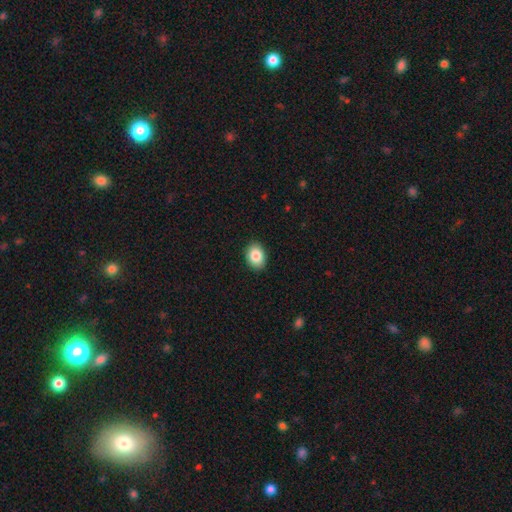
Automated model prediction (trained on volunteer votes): A smooth galaxy with no disk features (87%) that is in between round and cigar-shaped (75%). Merging: none (90%).